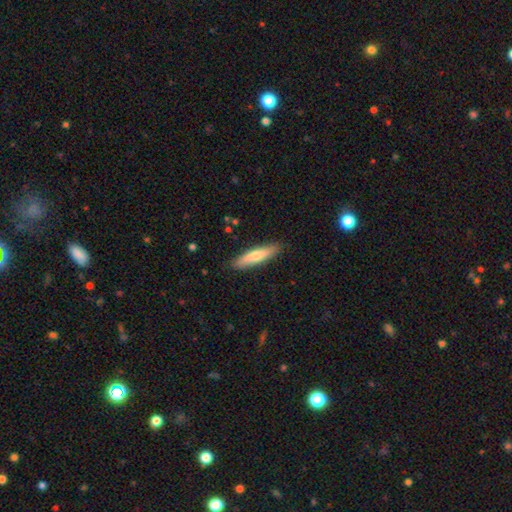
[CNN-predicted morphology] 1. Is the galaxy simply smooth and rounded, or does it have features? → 71% smooth, 23% featured or disk, 5% star or artifact.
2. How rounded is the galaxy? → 78% cigar-shaped, 21% in between, 1% round.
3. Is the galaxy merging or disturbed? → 88% none, 9% minor disturbance, 2% major disturbance, 1% merger.